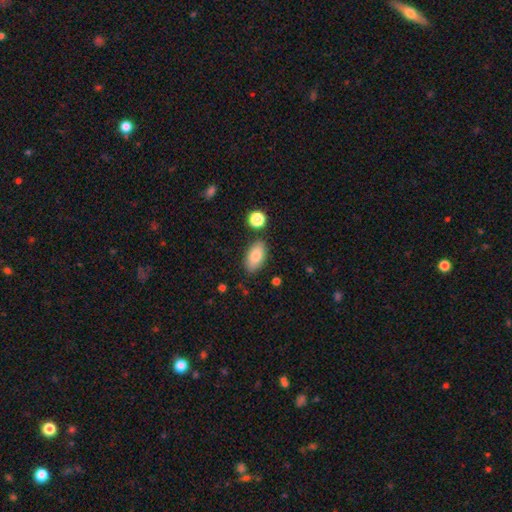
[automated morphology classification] Q: Smooth or featured?
A: smooth (83%); runner-up: featured or disk (9%)
Q: How rounded?
A: in between (91%); runner-up: cigar-shaped (5%)
Q: Merging?
A: none (81%); runner-up: minor disturbance (12%)